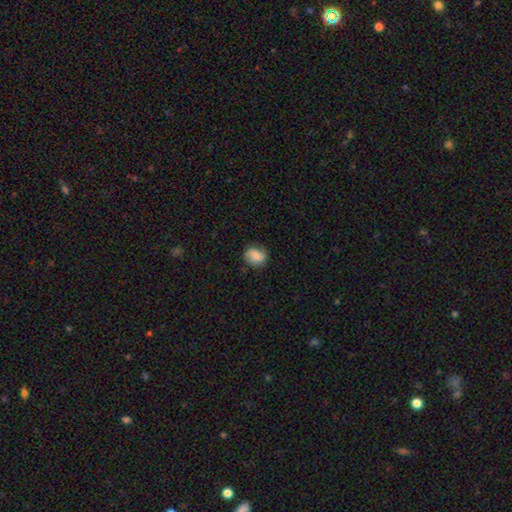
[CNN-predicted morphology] type=smooth (73%); roundness=round (62%); merging=none (75%).